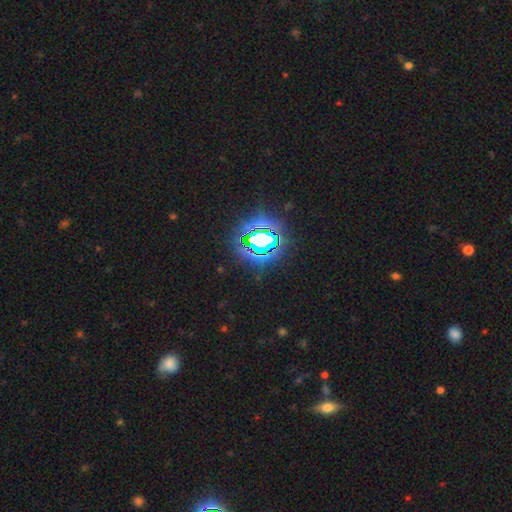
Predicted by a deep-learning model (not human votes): smooth-or-featured: star or artifact: 83% | smooth: 11% | featured or disk: 6%